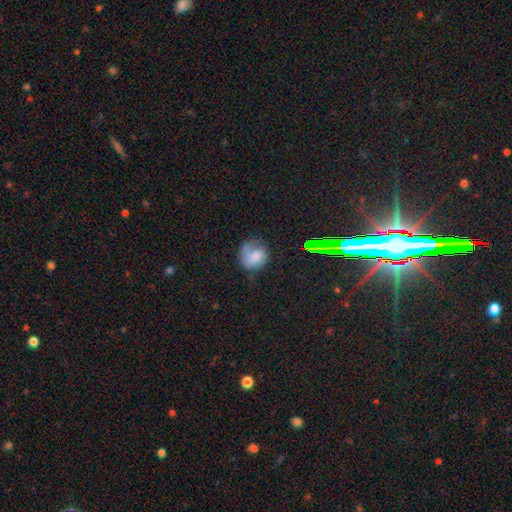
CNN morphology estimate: This is possibly a smooth galaxy (58%). How rounded: likely round (74%). Merging: possibly none (47%).